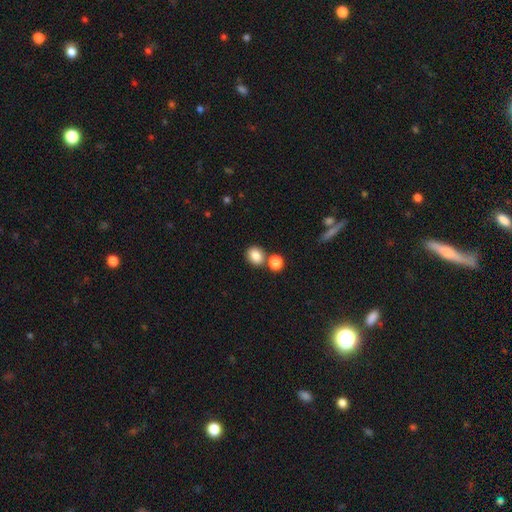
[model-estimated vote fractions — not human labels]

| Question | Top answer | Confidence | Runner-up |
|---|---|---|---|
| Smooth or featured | smooth | 84% | star or artifact (10%) |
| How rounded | round | 62% | in between (37%) |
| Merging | none | 67% | merger (21%) |